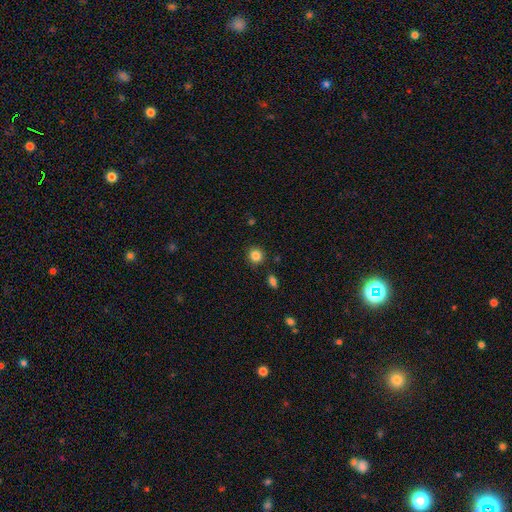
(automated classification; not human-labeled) Overall: smooth (85%). How rounded: round (90%). Merging: none (89%).